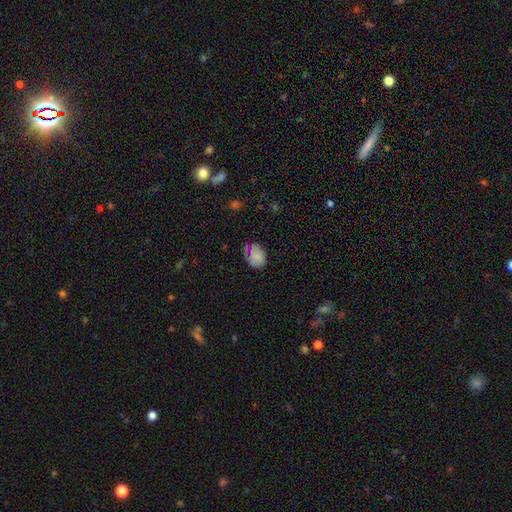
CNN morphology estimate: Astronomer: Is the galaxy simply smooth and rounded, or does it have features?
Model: smooth — 76%.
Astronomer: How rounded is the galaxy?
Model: in between — 72%.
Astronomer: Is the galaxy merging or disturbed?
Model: none — 66%.